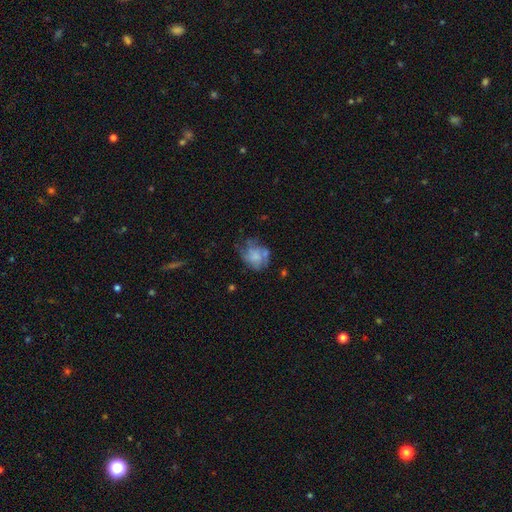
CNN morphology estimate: A smooth galaxy with no disk features (45%, tied with featured or disk). Merging: none (44%).